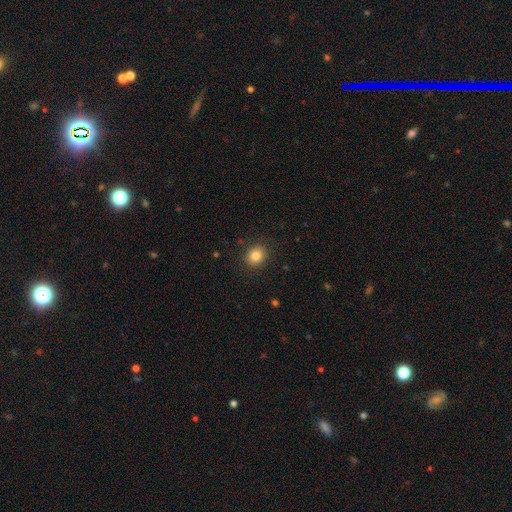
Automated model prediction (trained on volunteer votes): Q: Smooth or featured?
A: smooth (83%); runner-up: star or artifact (10%)
Q: How rounded?
A: round (69%); runner-up: in between (30%)
Q: Merging?
A: none (88%); runner-up: minor disturbance (8%)